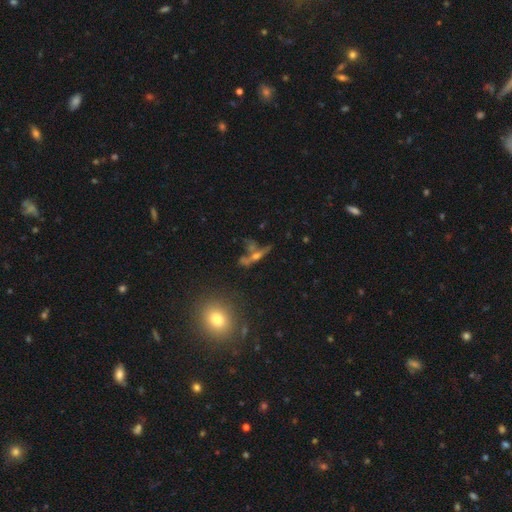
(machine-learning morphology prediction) This is marginally a featured or disk galaxy (44%). Merging: likely none (65%).